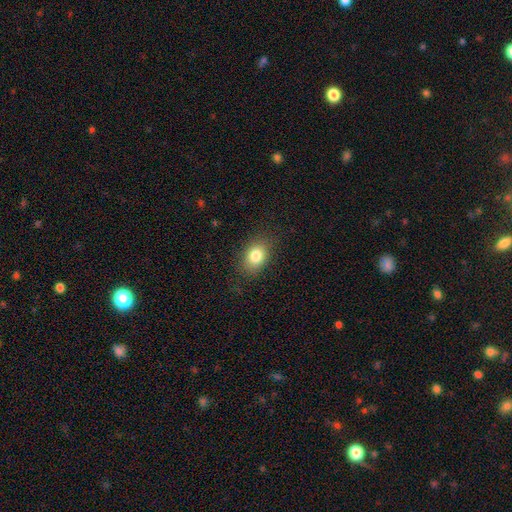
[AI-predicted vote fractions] This appears to be a smooth galaxy with no disk features (82%) that is in between round and cigar-shaped (73%). Merging: none (82%).